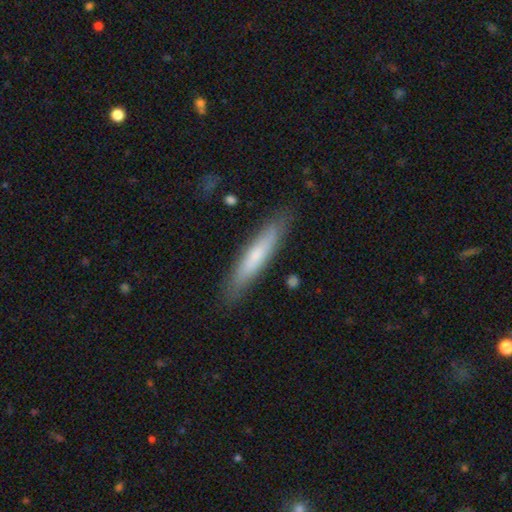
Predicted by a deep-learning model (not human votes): This is likely a smooth galaxy (66%). How rounded: clearly cigar-shaped (90%). Merging: clearly none (87%).